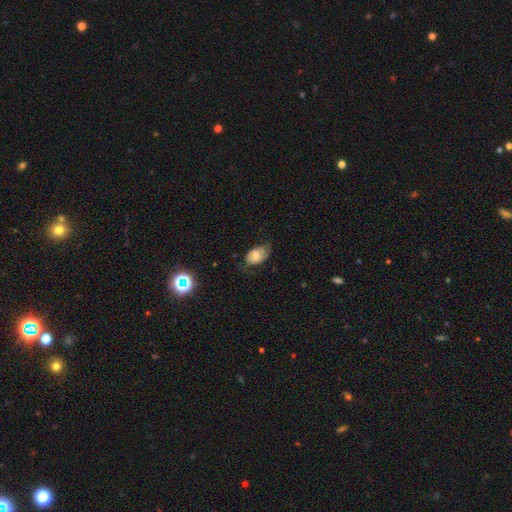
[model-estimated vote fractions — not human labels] smooth_or_featured: smooth (p=0.55) [alt: featured or disk p=0.35]
how_rounded: in between (p=0.87) [alt: round p=0.11]
merging: none (p=0.56) [alt: minor disturbance p=0.29]